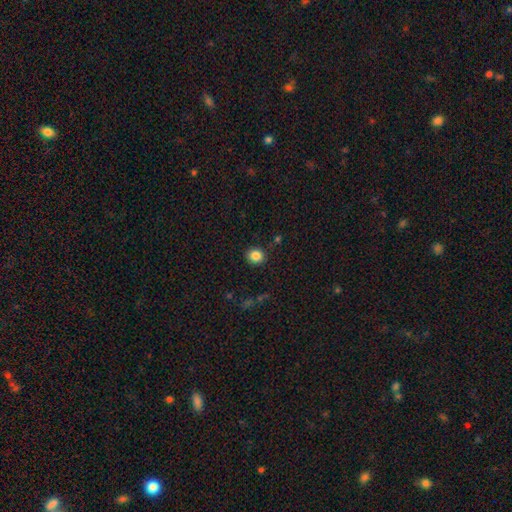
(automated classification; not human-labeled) Smooth or featured?
  - smooth: 85% *
  - star or artifact: 11%
  - featured or disk: 4%
How rounded?
  - round: 78% *
  - in between: 21%
  - cigar-shaped: 1%
Merging?
  - none: 89% *
  - minor disturbance: 7%
  - major disturbance: 2%
  - merger: 2%